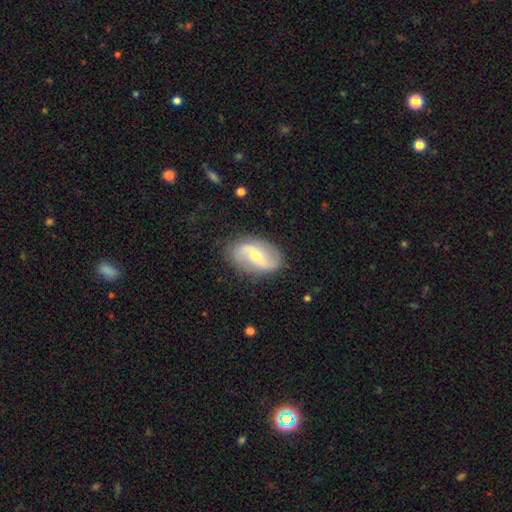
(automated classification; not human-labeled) This is likely a featured or disk galaxy (75%). It is clearly not viewed edge-on (96%). Bar: marginally weak (45%). Spiral arm pattern: clearly yes (89%). Spiral arm count: clearly 2 (91%). Spiral winding: likely loose (66%). Central bulge: possibly moderate (55%). Merging: clearly none (83%).